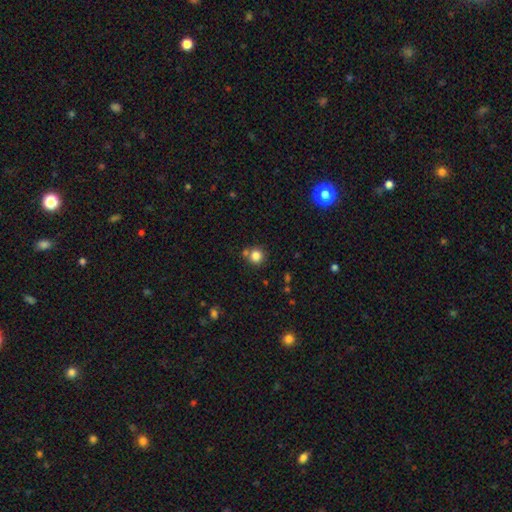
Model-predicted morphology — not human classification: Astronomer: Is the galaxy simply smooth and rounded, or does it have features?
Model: smooth — 82%.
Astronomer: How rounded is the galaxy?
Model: round — 92%.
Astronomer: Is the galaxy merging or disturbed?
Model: none — 70%.